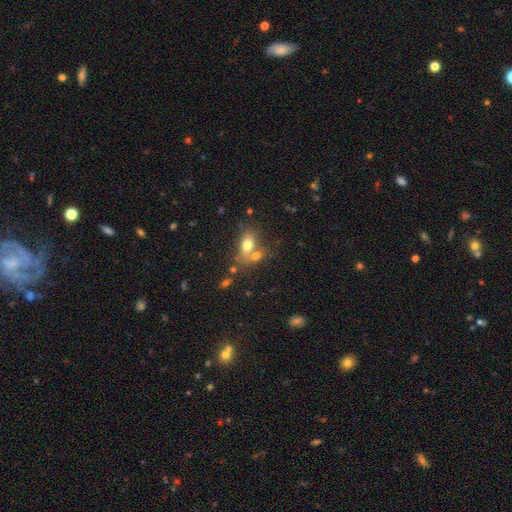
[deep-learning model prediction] This is likely a smooth galaxy (71%). How rounded: likely in between (77%). Merging: possibly merger (47%).